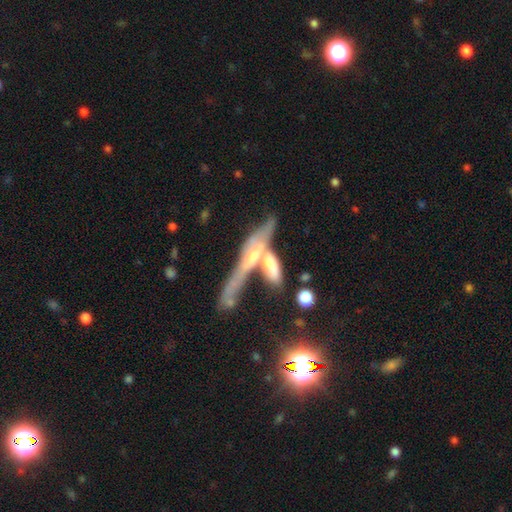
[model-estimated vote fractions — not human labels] smooth-or-featured: featured or disk: 62% | smooth: 31% | star or artifact: 7%
  disk-edge-on: yes: 73% | no: 27%
  merging: merger: 52% | none: 25% | minor disturbance: 13% | major disturbance: 10%